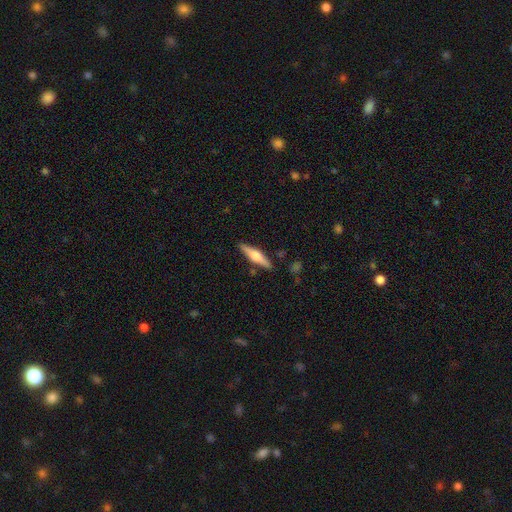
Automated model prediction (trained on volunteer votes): smooth_or_featured: featured or disk (p=0.60) [alt: smooth p=0.35]
disk_edge_on: yes (p=0.97) [alt: no p=0.03]
edge_on_bulge: rounded (p=0.90) [alt: boxy p=0.07]
merging: none (p=0.87) [alt: minor disturbance p=0.09]